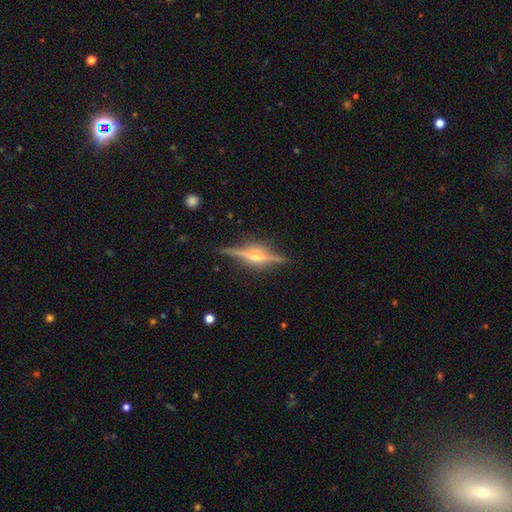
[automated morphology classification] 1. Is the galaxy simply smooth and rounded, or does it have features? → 86% featured or disk, 8% smooth, 7% star or artifact.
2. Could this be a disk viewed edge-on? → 97% yes, 3% no.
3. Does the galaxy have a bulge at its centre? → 91% rounded, 6% boxy, 3% none.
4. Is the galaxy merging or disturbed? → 88% none, 9% minor disturbance, 2% major disturbance, 1% merger.